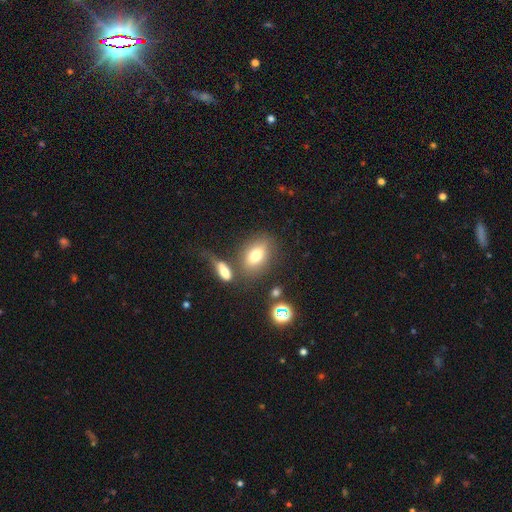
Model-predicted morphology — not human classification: Smooth or featured: smooth — 71% (featured or disk — 18%)
How rounded: in between — 79% (round — 16%)
Merging: none — 64% (merger — 16%)